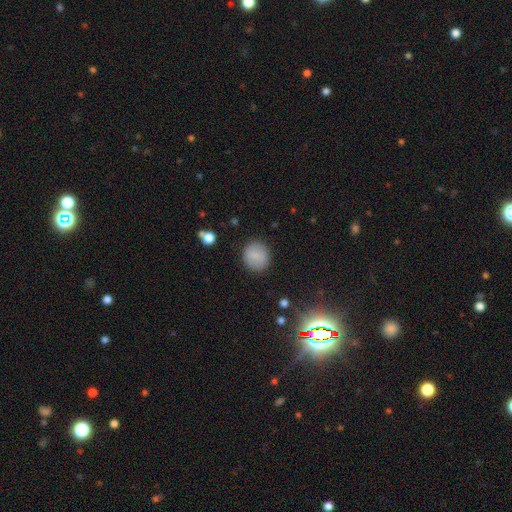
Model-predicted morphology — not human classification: type=smooth (82%); roundness=round (87%); merging=none (88%).